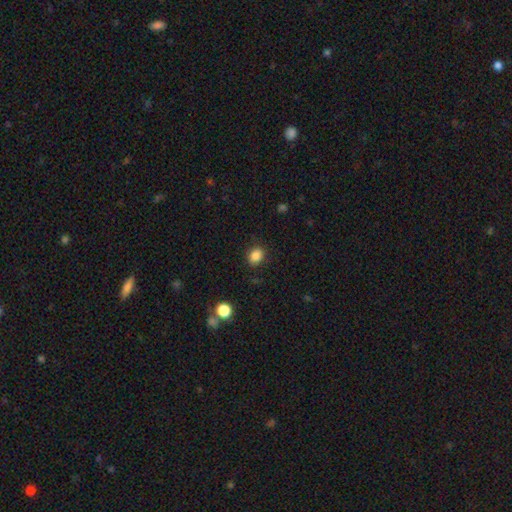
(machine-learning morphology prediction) smooth 86%, star or artifact 10%, featured or disk 4%. Down the decision tree: how rounded — in between (50%); merging — none (86%).